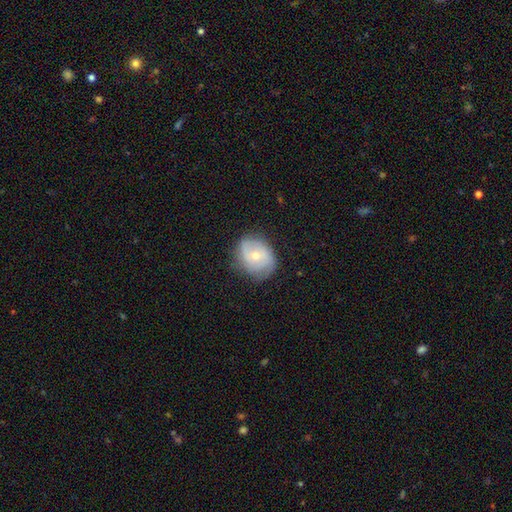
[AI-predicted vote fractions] A featured or disk galaxy (52%).

Vote fractions:
- Smooth or featured? featured or disk: 52% / smooth: 41% / star or artifact: 7%
- Edge-on disk? no: 96% / yes: 4%
- Merging? none: 71% / minor disturbance: 21% / major disturbance: 7% / merger: 1%